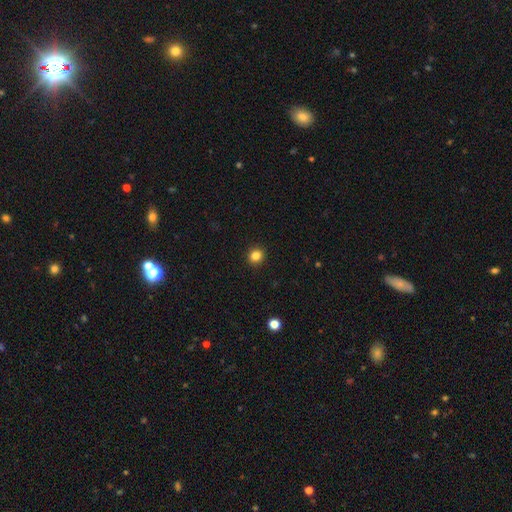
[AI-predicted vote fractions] A smooth galaxy with no disk features (84%) that is round (87%). Merging: none (92%).